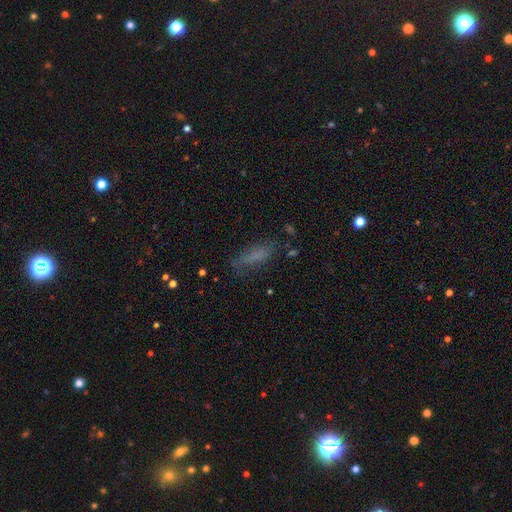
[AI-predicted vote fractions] The model was most divided on "how rounded": cigar-shaped: 55%, in between: 42%, round: 3%. More confident: smooth or featured — smooth (64%); merging — none (63%).